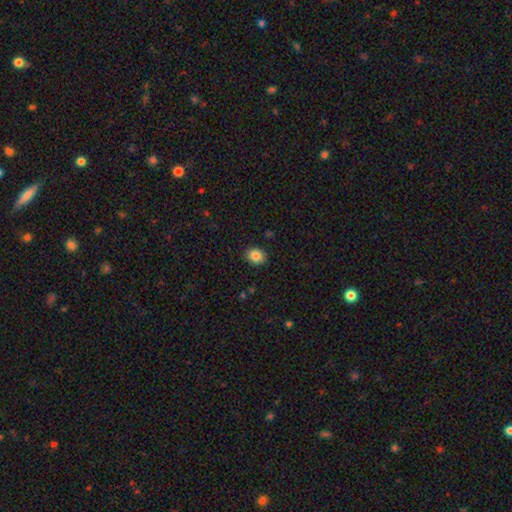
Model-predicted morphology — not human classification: A smooth galaxy with no disk features (85%) that is round (63%).

Vote fractions:
- Smooth or featured? smooth: 85% / star or artifact: 10% / featured or disk: 6%
- How rounded? round: 63% / in between: 36% / cigar-shaped: 1%
- Merging? none: 90% / minor disturbance: 7% / major disturbance: 2% / merger: 1%